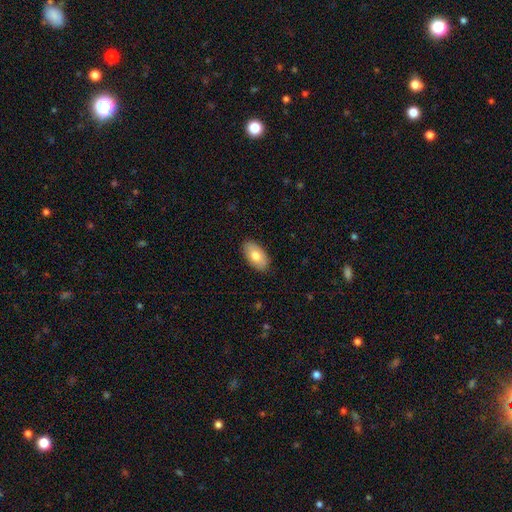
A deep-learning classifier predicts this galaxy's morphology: smooth 78%, featured or disk 16%, star or artifact 6%. Down the decision tree: how rounded — in between (95%); merging — none (88%).